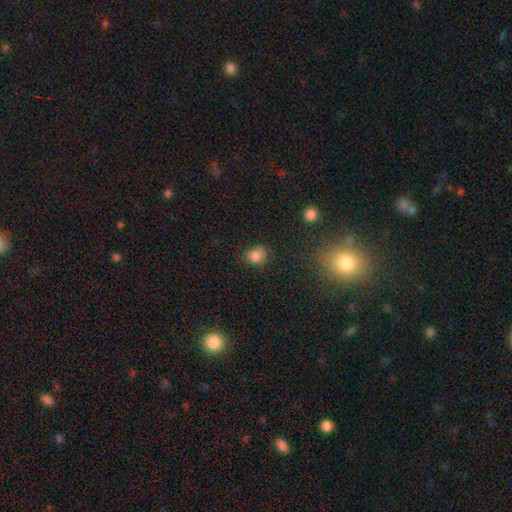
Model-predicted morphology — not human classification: The model was most divided on "how rounded": round: 69%, in between: 30%, cigar-shaped: 1%. More confident: smooth or featured — smooth (83%); merging — none (74%).